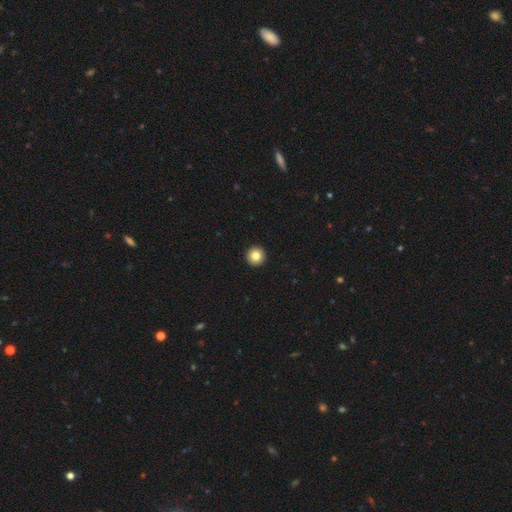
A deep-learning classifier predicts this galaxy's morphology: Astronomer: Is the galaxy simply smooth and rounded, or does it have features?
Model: smooth — 83%.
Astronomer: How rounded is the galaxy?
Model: round — 97%.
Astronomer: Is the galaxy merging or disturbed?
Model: none — 95%.